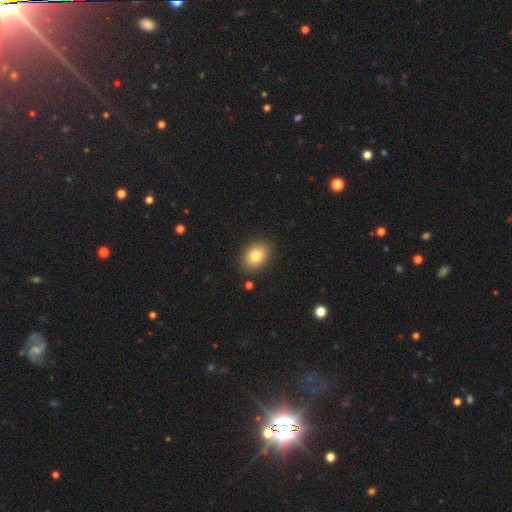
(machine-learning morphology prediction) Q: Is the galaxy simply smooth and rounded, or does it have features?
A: smooth — 81%.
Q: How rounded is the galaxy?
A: in between — 78%.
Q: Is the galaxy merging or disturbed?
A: none — 88%.